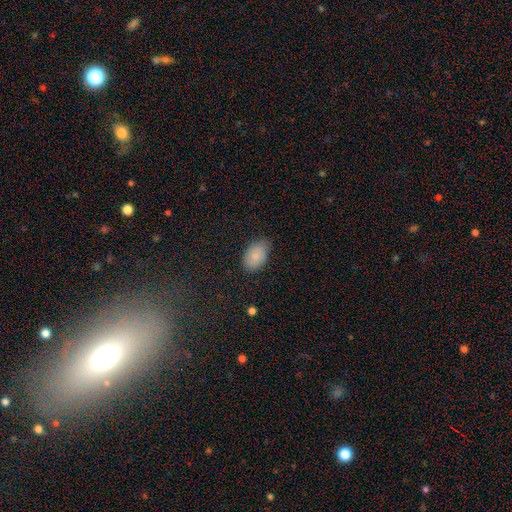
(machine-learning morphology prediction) The model was most divided on "merging": none: 65%, minor disturbance: 29%, major disturbance: 5%, merger: 1%. More confident: how rounded — in between (89%); smooth or featured — smooth (83%).